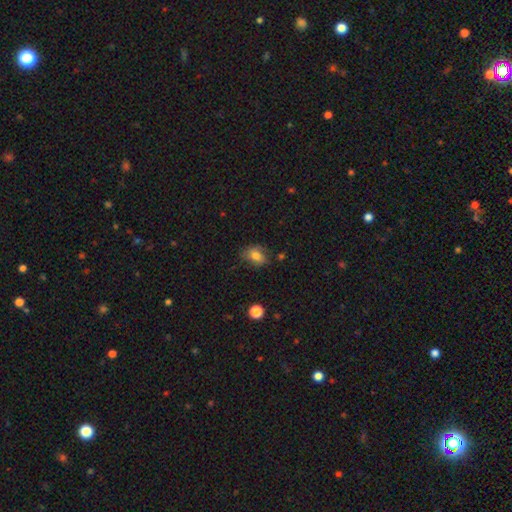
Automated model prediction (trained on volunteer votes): Smooth or featured? Predicted: smooth (p=0.77). How rounded? Predicted: in between (p=0.69). Merging? Predicted: none (p=0.65).